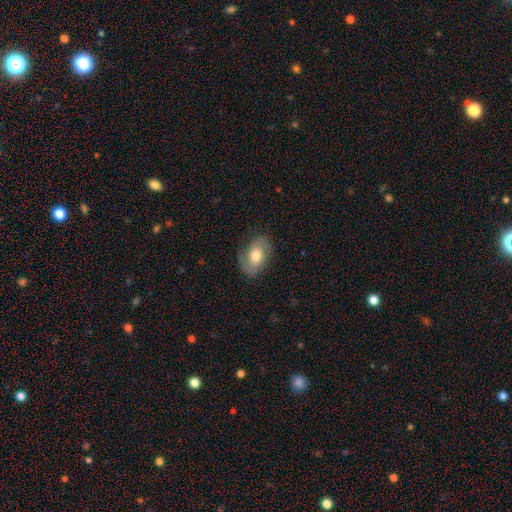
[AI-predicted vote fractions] smooth_or_featured: smooth (p=0.49) [alt: featured or disk p=0.43]
merging: none (p=0.77) [alt: minor disturbance p=0.16]